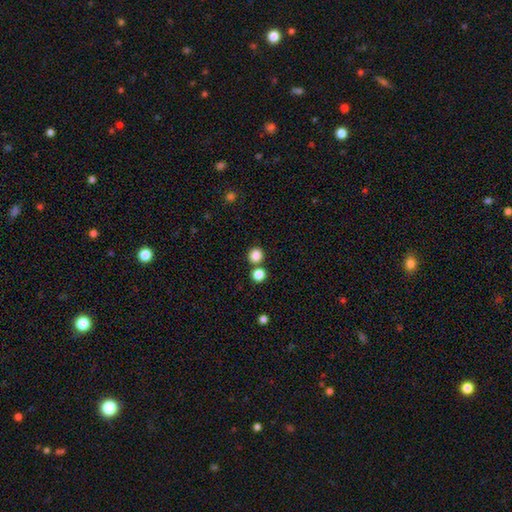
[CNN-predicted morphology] The model was most divided on "merging": none: 74%, merger: 17%, minor disturbance: 6%, major disturbance: 2%. More confident: how rounded — round (89%); smooth or featured — smooth (84%).